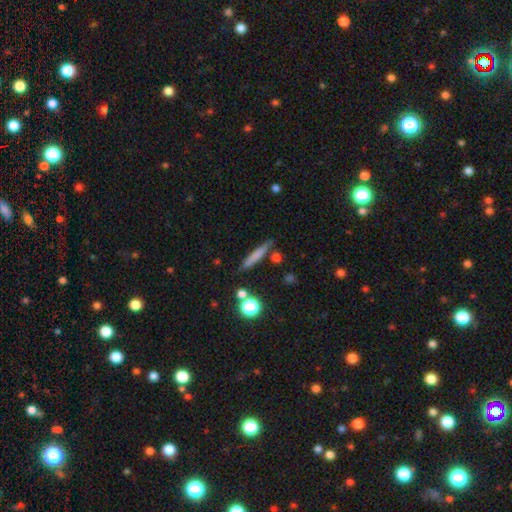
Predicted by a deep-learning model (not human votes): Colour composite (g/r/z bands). It shows a smooth galaxy with no disk features (67%) that is cigar-shaped (91%). Merging: none (80%).